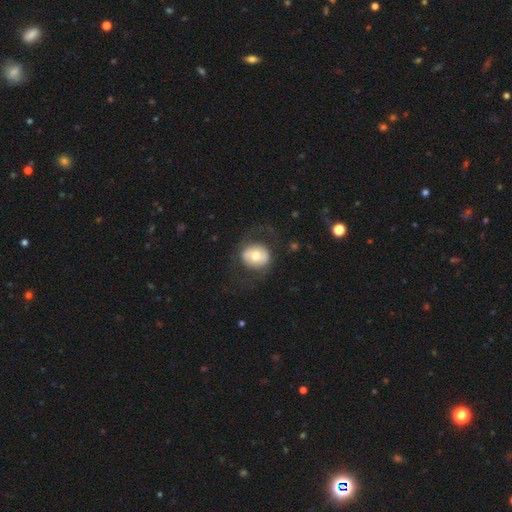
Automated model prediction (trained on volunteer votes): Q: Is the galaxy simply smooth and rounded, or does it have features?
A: smooth — 53%.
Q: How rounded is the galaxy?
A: round — 76%.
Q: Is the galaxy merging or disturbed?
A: none — 71%.